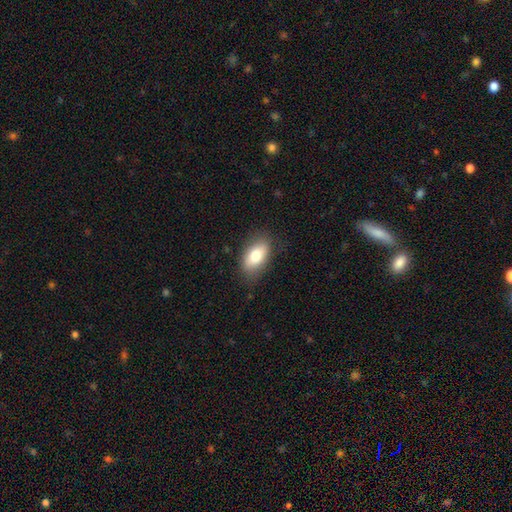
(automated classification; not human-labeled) A smooth galaxy with no disk features (78%) that is in between round and cigar-shaped (91%).

Vote fractions:
- Smooth or featured? smooth: 78% / featured or disk: 15% / star or artifact: 7%
- How rounded? in between: 91% / round: 5% / cigar-shaped: 4%
- Merging? none: 81% / minor disturbance: 15% / major disturbance: 4% / merger: 1%